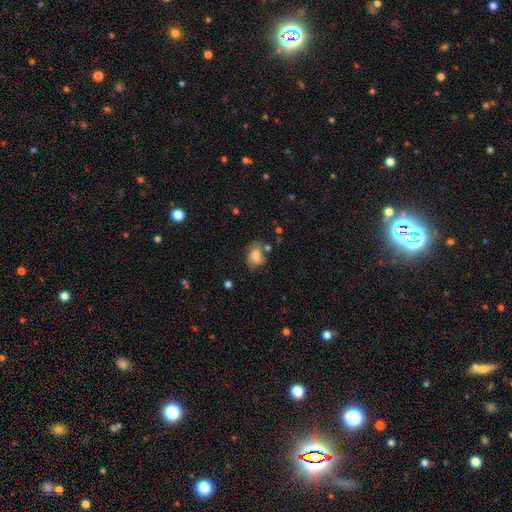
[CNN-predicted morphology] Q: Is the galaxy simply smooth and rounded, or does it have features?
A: smooth — 60%.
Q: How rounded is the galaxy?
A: in between — 75%.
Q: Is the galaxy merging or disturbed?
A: none — 46%.